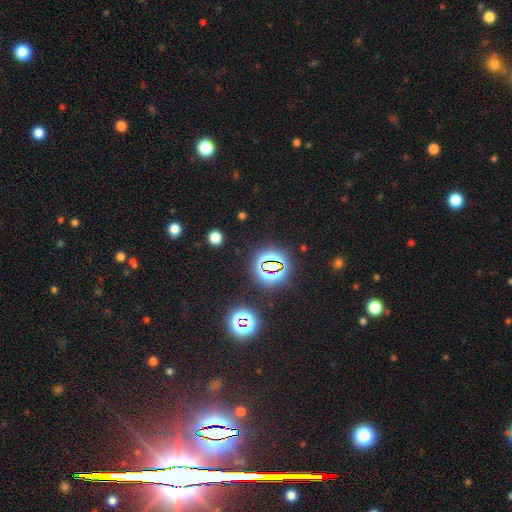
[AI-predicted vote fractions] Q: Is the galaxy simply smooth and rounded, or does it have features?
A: star or artifact — 81%.